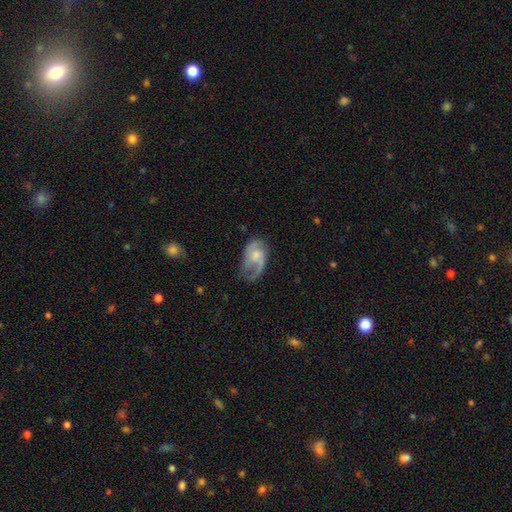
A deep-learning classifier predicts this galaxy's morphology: Smooth or featured: featured or disk — 62% (smooth — 31%)
Edge-on disk: no — 97% (yes — 3%)
Bar: no — 64% (weak — 31%)
Spiral arms: yes — 81% (no — 19%)
Bulge size: small — 38% (moderate — 36%)
Merging: none — 36% (major disturbance — 32%)